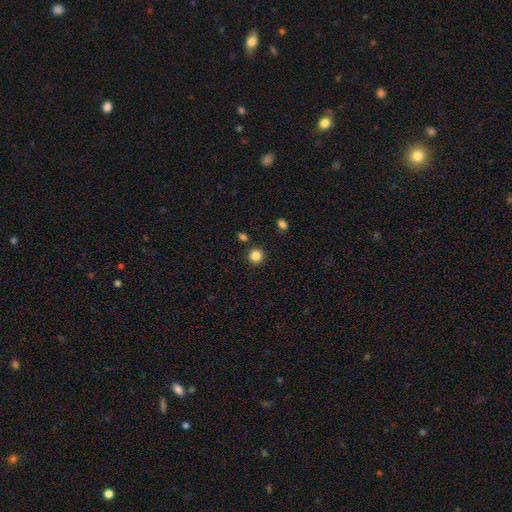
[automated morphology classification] A smooth galaxy with no disk features (85%) that is round (93%). Merging: none (87%).